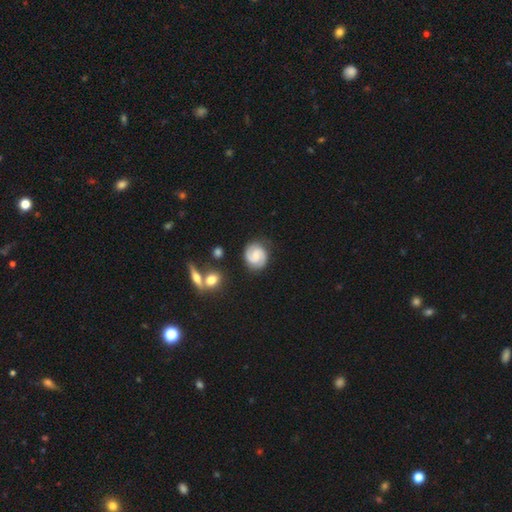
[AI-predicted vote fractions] Q: Smooth or featured?
A: featured or disk (80%); runner-up: smooth (15%)
Q: Edge-on disk?
A: no (98%); runner-up: yes (2%)
Q: Bar?
A: weak (45%); tied with: no (45%)
Q: Spiral arms?
A: yes (97%); runner-up: no (3%)
Q: Spiral winding?
A: tight (46%); runner-up: medium (43%)
Q: Spiral arm count?
A: 2 (91%); runner-up: can't tell (4%)
Q: Bulge size?
A: small (42%); runner-up: moderate (38%)
Q: Merging?
A: none (83%); runner-up: minor disturbance (11%)